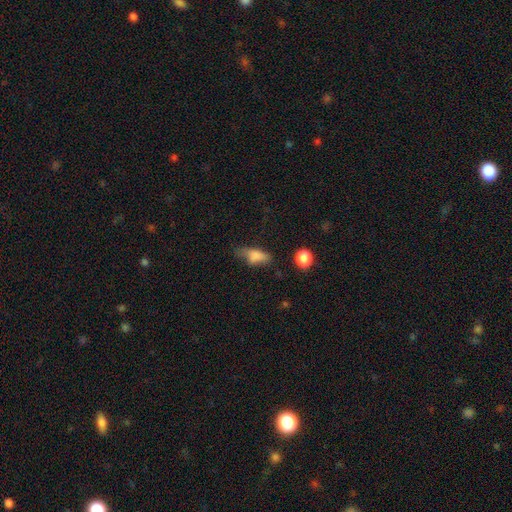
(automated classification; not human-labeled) Morphology: type=smooth (74%); roundness=in between (73%); merging=none (39%).